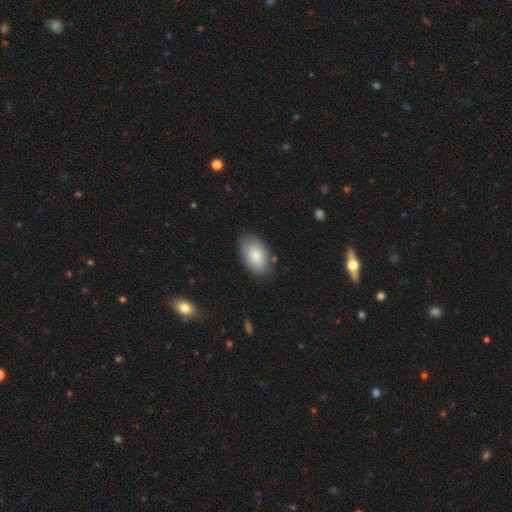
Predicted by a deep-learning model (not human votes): Q: Smooth or featured?
A: smooth (83%); runner-up: featured or disk (11%)
Q: How rounded?
A: in between (94%); runner-up: round (5%)
Q: Merging?
A: none (81%); runner-up: minor disturbance (14%)